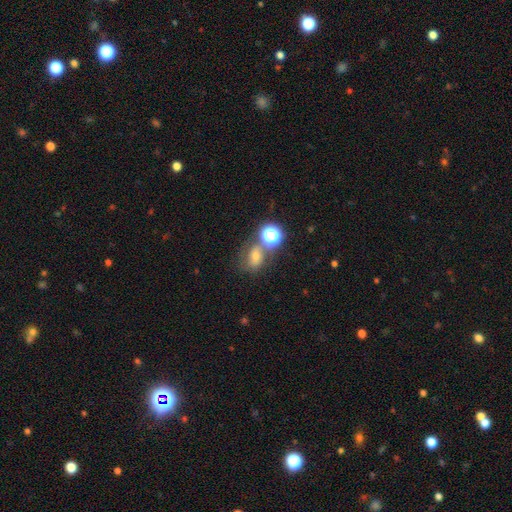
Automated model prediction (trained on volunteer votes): A smooth galaxy with no disk features (44%).

Vote fractions:
- Smooth or featured? smooth: 44% / star or artifact: 30% / featured or disk: 26%
- Merging? none: 54% / merger: 23% / minor disturbance: 14% / major disturbance: 9%